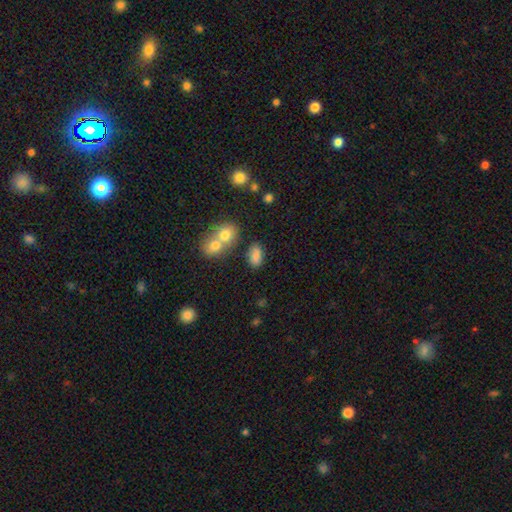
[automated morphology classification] Smooth or featured: smooth — 81% (star or artifact — 12%)
How rounded: in between — 89% (round — 8%)
Merging: none — 66% (merger — 17%)